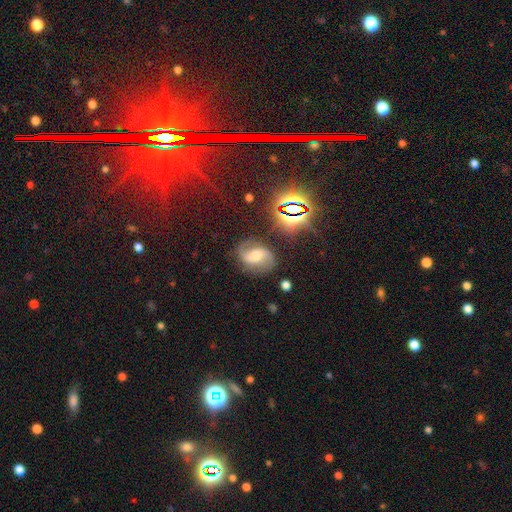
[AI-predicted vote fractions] Overall: featured or disk (70%). Edge-on disk: no (97%). Bar: weak (44%; no 32%). Spiral arms: yes (93%). Spiral arm count: 2 (90%). Spiral winding: medium (47%; loose 35%). Bulge size: moderate (56%; small 28%). Merging: none (77%).